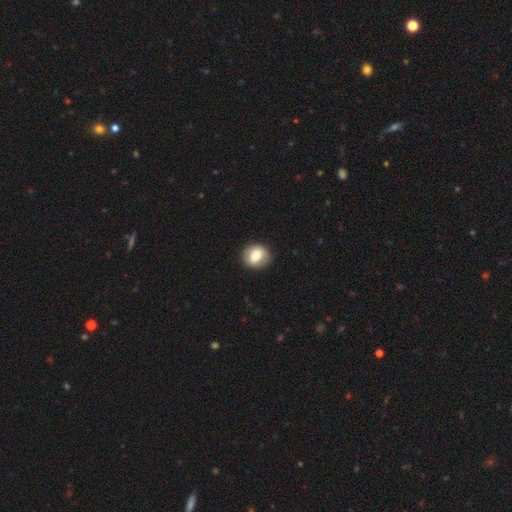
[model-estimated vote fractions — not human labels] Smooth or featured: smooth — 76% (featured or disk — 16%)
How rounded: round — 71% (in between — 28%)
Merging: none — 87% (minor disturbance — 9%)